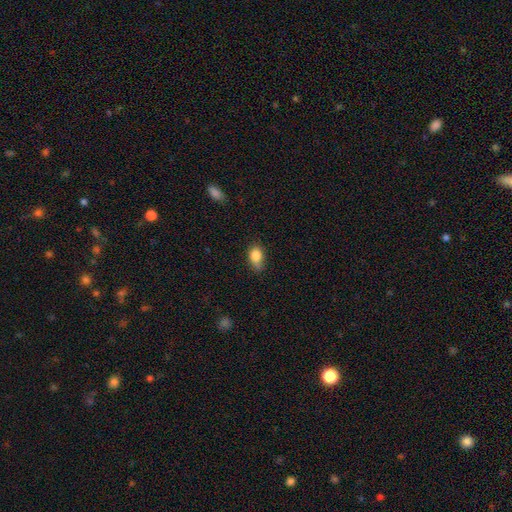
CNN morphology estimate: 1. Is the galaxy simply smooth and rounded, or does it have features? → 84% smooth, 9% star or artifact, 7% featured or disk.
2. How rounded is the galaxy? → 74% in between, 24% round, 2% cigar-shaped.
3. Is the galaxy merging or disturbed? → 52% none, 38% minor disturbance, 8% major disturbance, 3% merger.